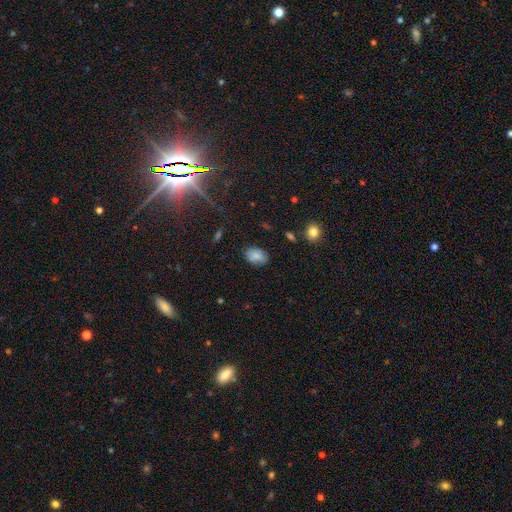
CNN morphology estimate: A smooth galaxy with no disk features (81%) that is in between round and cigar-shaped (78%). Merging: none (77%).